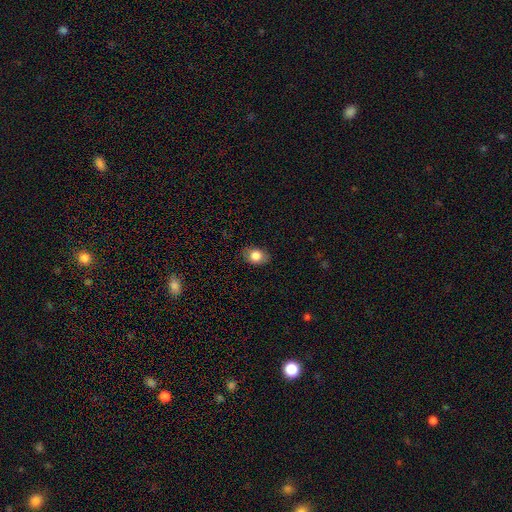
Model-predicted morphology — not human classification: Smooth or featured? Predicted: smooth (p=0.82). How rounded? Predicted: in between (p=0.65). Merging? Predicted: none (p=0.82).